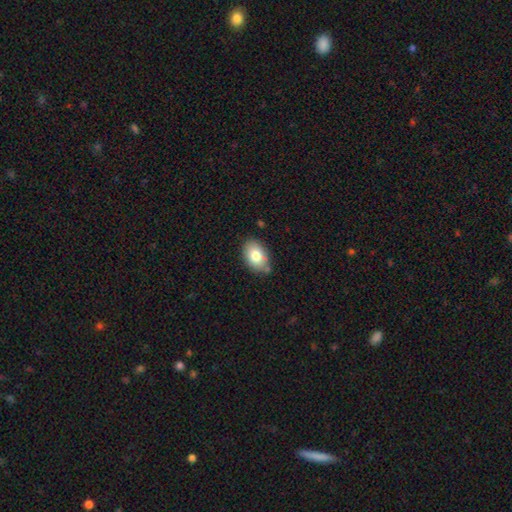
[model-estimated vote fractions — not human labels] Smooth or featured?
  - smooth: 78% *
  - featured or disk: 14%
  - star or artifact: 8%
How rounded?
  - in between: 85% *
  - round: 14%
  - cigar-shaped: 1%
Merging?
  - none: 75% *
  - minor disturbance: 18%
  - merger: 4%
  - major disturbance: 3%